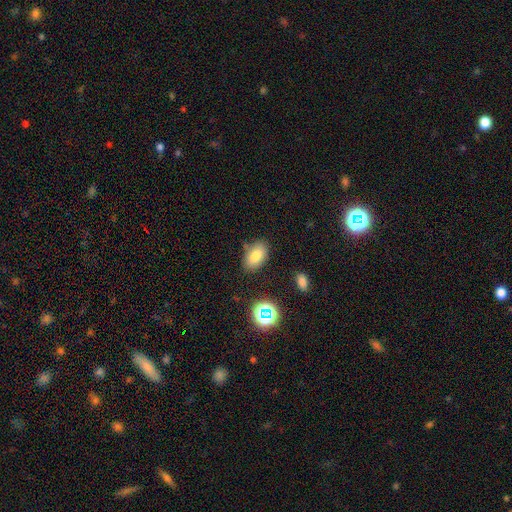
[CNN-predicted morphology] smooth 78%, star or artifact 11%, featured or disk 11%. Down the decision tree: how rounded — in between (90%); merging — none (79%).